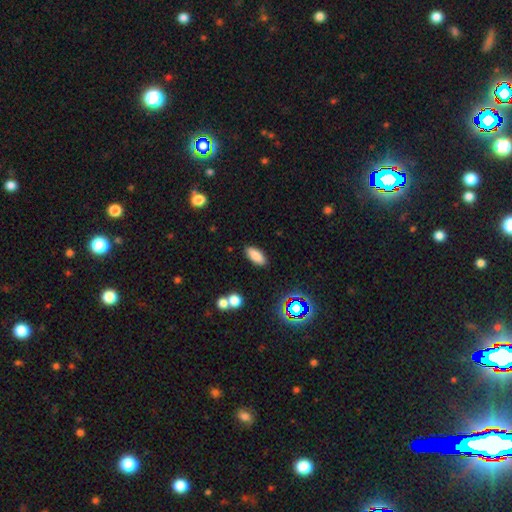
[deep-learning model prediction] Q: Smooth or featured?
A: smooth (82%); runner-up: star or artifact (11%)
Q: How rounded?
A: in between (84%); runner-up: cigar-shaped (14%)
Q: Merging?
A: none (88%); runner-up: minor disturbance (8%)